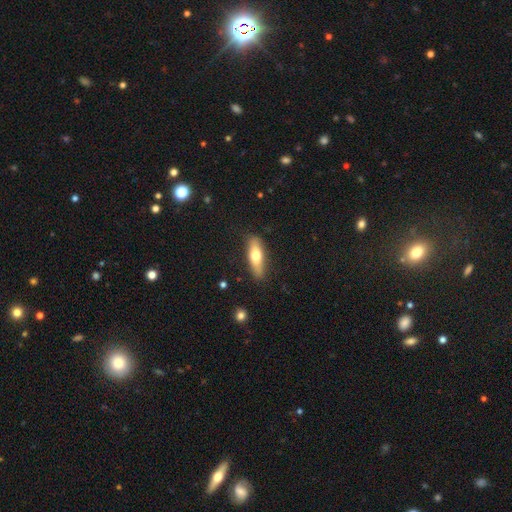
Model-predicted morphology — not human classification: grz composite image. It shows a smooth galaxy with no disk features (63%) that is cigar-shaped (53%). Merging: none (83%).